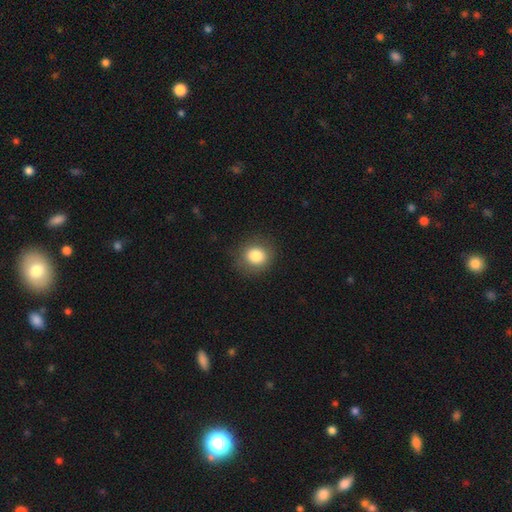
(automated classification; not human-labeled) The model was most divided on "how rounded": round: 82%, in between: 17%, cigar-shaped: 1%. More confident: merging — none (85%); smooth or featured — smooth (83%).